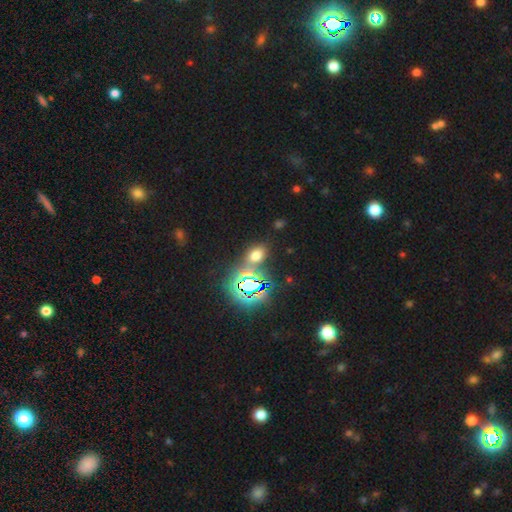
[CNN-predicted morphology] The model was most divided on "smooth or featured": smooth: 55%, star or artifact: 38%, featured or disk: 8%. More confident: merging — none (73%); how rounded — in between (71%).